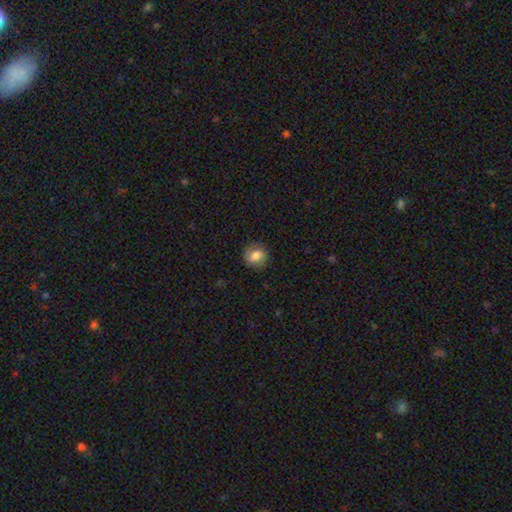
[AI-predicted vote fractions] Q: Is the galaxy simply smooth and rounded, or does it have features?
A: smooth — 77%.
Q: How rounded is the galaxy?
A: round — 73%.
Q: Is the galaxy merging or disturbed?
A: none — 81%.